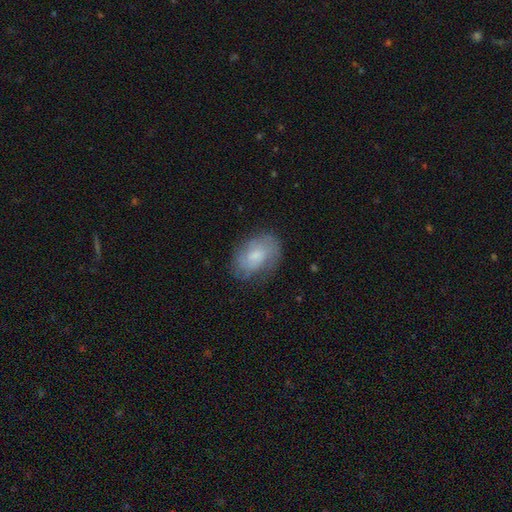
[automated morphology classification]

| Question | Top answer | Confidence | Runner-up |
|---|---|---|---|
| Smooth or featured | smooth | 48% | featured or disk (44%) |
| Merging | none | 69% | minor disturbance (21%) |